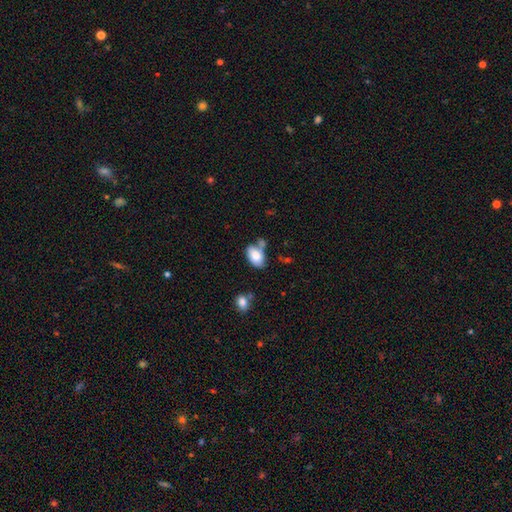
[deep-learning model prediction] Smooth or featured?
  - smooth: 78% *
  - featured or disk: 15%
  - star or artifact: 7%
How rounded?
  - in between: 91% *
  - round: 7%
  - cigar-shaped: 2%
Merging?
  - none: 45% *
  - minor disturbance: 23%
  - merger: 22%
  - major disturbance: 9%